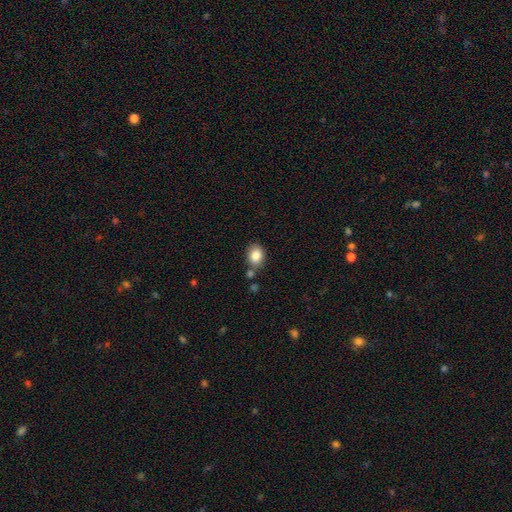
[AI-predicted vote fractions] smooth 84%, star or artifact 9%, featured or disk 7%. Down the decision tree: how rounded — in between (53%); merging — none (73%).